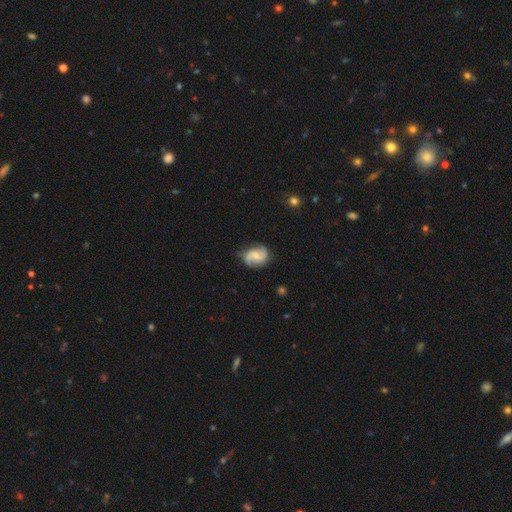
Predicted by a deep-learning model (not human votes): This is likely a featured or disk galaxy (69%). It is clearly not viewed edge-on (98%). Bar: possibly no (48%). Spiral arm pattern: clearly yes (94%). Spiral arm count: clearly 2 (87%). Spiral winding: marginally loose (42%). Central bulge: possibly small (48%). Merging: likely none (72%).